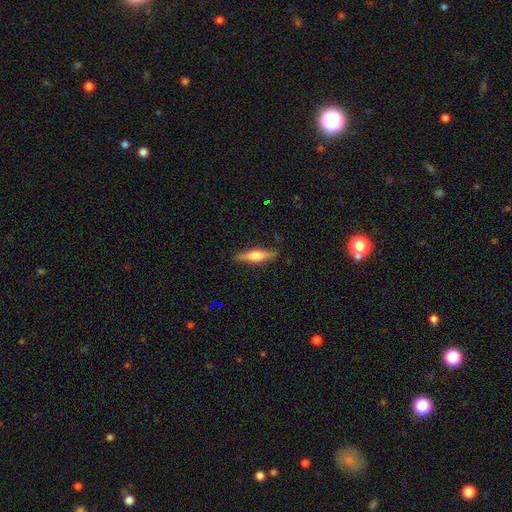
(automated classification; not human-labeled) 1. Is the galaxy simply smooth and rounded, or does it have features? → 54% featured or disk, 39% smooth, 7% star or artifact.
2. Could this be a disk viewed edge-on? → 94% yes, 6% no.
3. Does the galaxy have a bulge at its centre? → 85% rounded, 12% boxy, 3% none.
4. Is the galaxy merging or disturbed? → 84% none, 12% minor disturbance, 3% major disturbance, 1% merger.